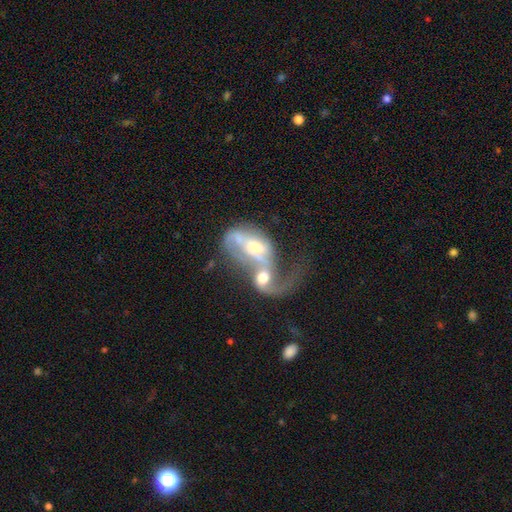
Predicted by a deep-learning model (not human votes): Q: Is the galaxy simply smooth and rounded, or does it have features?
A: featured or disk — 72%.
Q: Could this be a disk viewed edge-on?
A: no — 95%.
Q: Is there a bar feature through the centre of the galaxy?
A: no — 51%.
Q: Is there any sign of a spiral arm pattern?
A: yes — 74%.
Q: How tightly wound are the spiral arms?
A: loose — 64%.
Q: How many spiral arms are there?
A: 1 — 42%.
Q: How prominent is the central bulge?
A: moderate — 62%.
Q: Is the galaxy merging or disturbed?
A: merger — 78%.